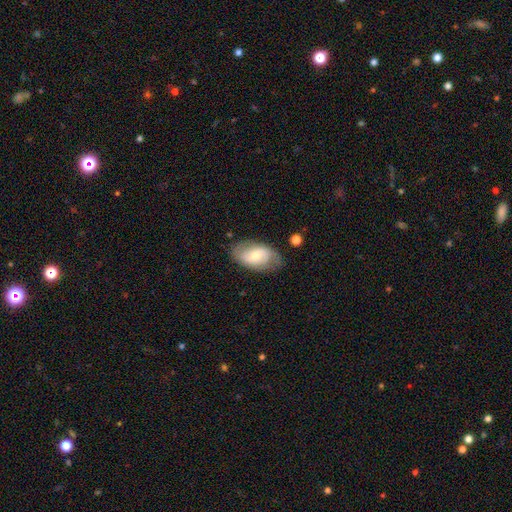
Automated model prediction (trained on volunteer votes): Morphology: type=featured or disk (50%); merging=none (73%).